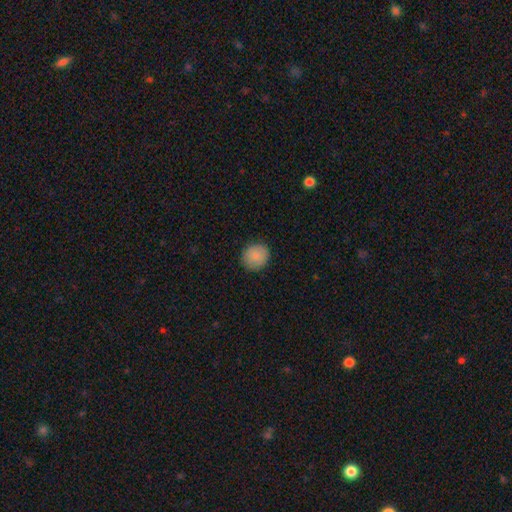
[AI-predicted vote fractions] smooth_or_featured: smooth (p=0.87) [alt: star or artifact p=0.08]
how_rounded: round (p=0.86) [alt: in between p=0.13]
merging: none (p=0.89) [alt: minor disturbance p=0.08]